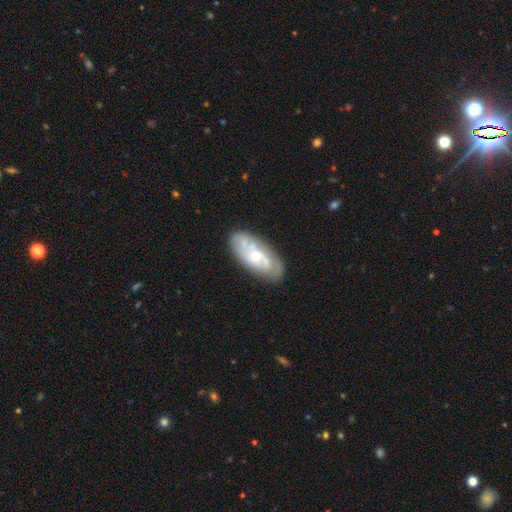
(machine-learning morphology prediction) Q: Smooth or featured?
A: featured or disk (67%); runner-up: smooth (27%)
Q: Edge-on disk?
A: no (92%); runner-up: yes (8%)
Q: Bar?
A: no (66%); runner-up: weak (29%)
Q: Spiral arms?
A: yes (79%); runner-up: no (21%)
Q: Bulge size?
A: moderate (50%); runner-up: small (43%)
Q: Merging?
A: none (73%); runner-up: minor disturbance (18%)